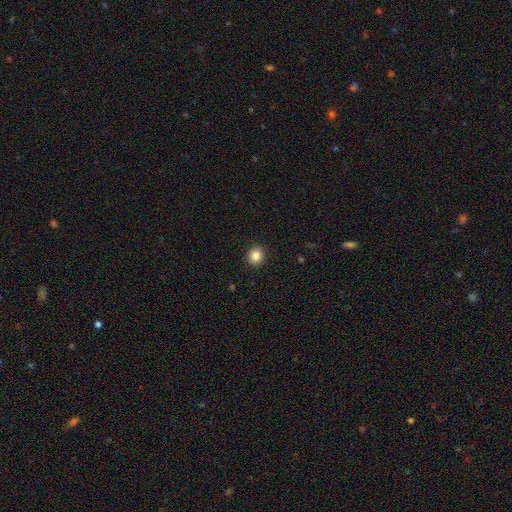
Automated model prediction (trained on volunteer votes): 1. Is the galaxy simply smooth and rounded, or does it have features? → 84% smooth, 11% star or artifact, 5% featured or disk.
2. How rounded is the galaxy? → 85% round, 14% in between, 1% cigar-shaped.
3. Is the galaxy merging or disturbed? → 93% none, 5% minor disturbance, 2% major disturbance, 1% merger.